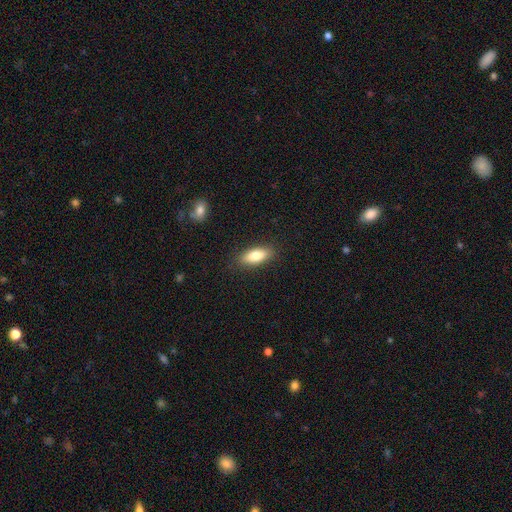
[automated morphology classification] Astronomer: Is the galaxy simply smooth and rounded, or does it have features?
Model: smooth — 81%.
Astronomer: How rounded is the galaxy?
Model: in between — 74%.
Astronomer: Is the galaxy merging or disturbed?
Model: none — 87%.